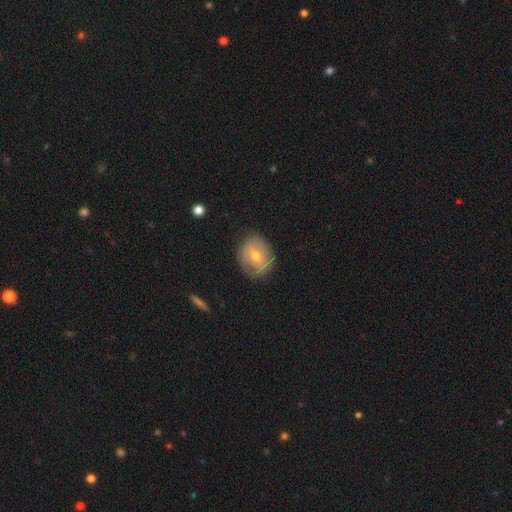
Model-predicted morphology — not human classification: This appears to be a featured or disk galaxy (47%). Merging: none (76%).